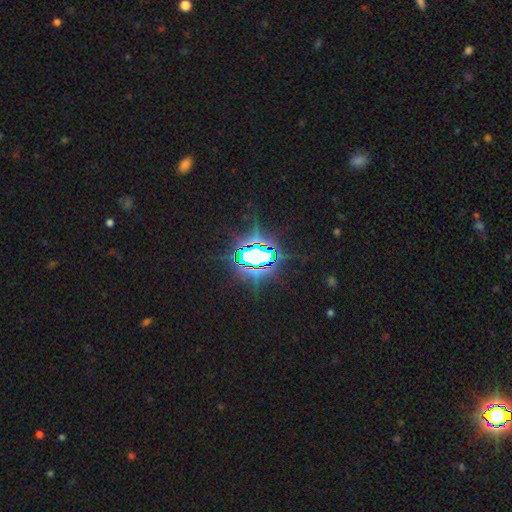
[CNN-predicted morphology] Smooth or featured: star or artifact — 78% (featured or disk — 11%)